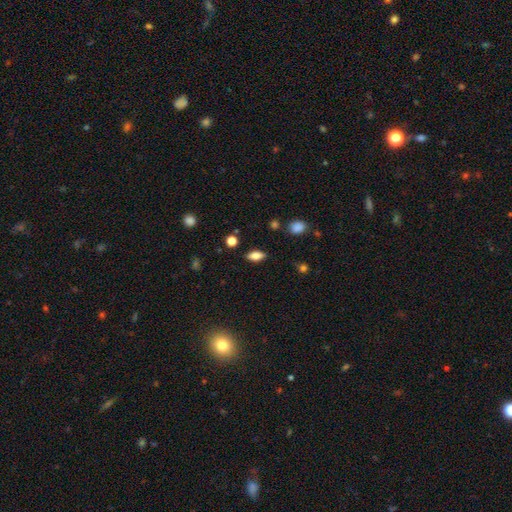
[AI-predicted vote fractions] A smooth galaxy with no disk features (72%) that is in between round and cigar-shaped (84%).

Vote fractions:
- Smooth or featured? smooth: 72% / featured or disk: 18% / star or artifact: 10%
- How rounded? in between: 84% / cigar-shaped: 10% / round: 7%
- Merging? none: 85% / minor disturbance: 11% / major disturbance: 3% / merger: 2%